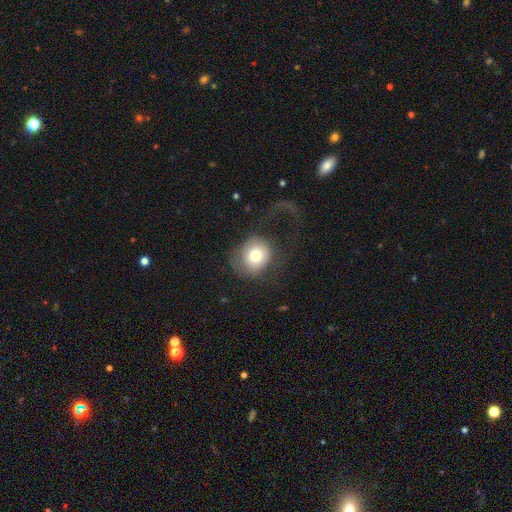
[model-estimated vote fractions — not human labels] Smooth or featured: smooth — 72% (featured or disk — 19%)
How rounded: round — 79% (in between — 20%)
Merging: none — 42% (major disturbance — 40%)